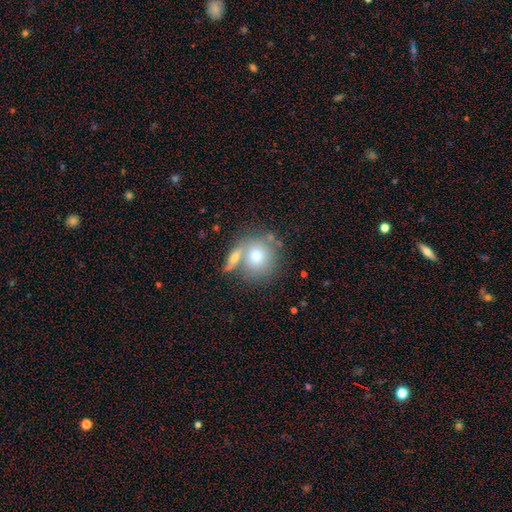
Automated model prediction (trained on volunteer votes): This is likely a smooth galaxy (70%). How rounded: clearly round (87%). Merging: possibly none (53%).